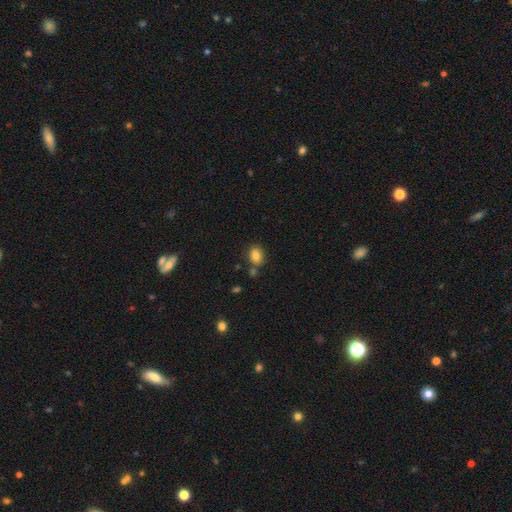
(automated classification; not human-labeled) Morphology: type=smooth (83%); roundness=in between (64%); merging=none (74%).